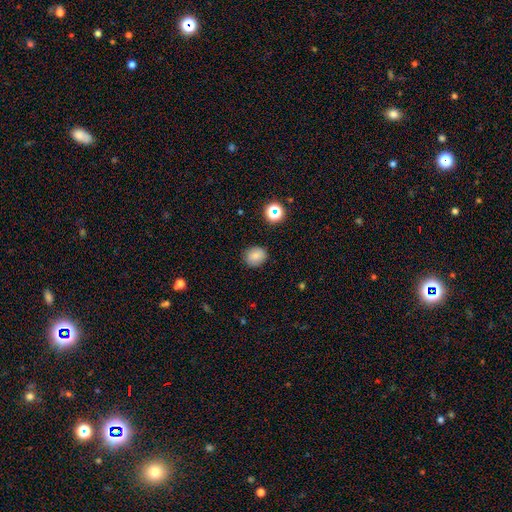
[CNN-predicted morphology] This appears to be a smooth galaxy with no disk features (79%) that is round (71%). Merging: none (85%).